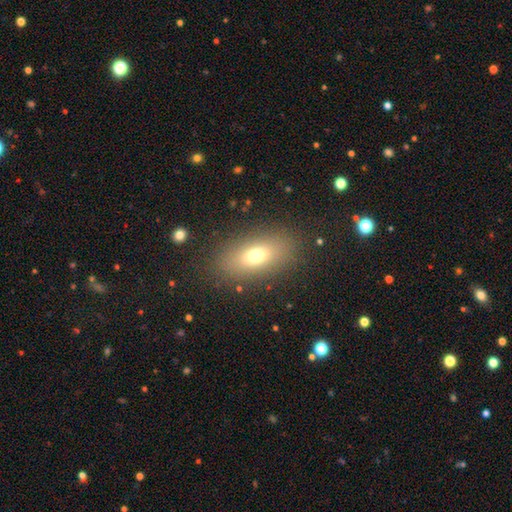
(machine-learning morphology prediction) This appears to be a smooth galaxy with no disk features (71%) that is in between round and cigar-shaped (82%). Merging: none (85%).